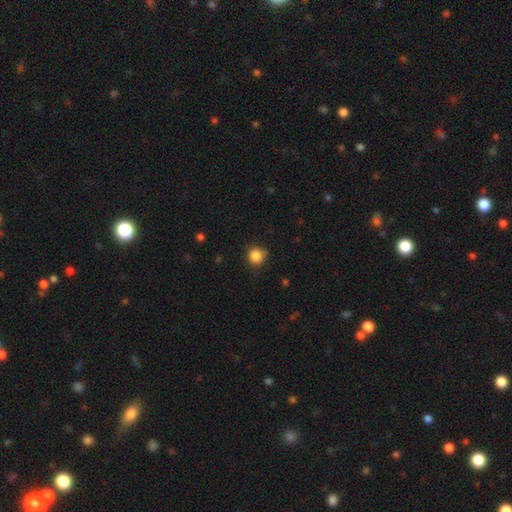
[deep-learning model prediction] Morphology: type=smooth (86%); roundness=round (89%); merging=none (74%).